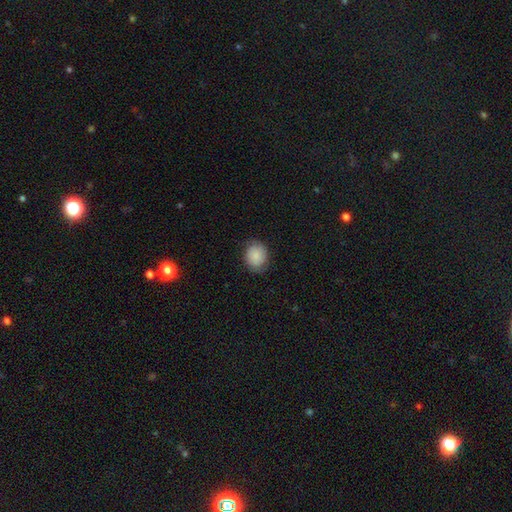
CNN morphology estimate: A smooth galaxy with no disk features (85%) that is round (62%).

Vote fractions:
- Smooth or featured? smooth: 85% / featured or disk: 8% / star or artifact: 7%
- How rounded? round: 62% / in between: 38% / cigar-shaped: 1%
- Merging? none: 79% / minor disturbance: 16% / major disturbance: 4% / merger: 1%